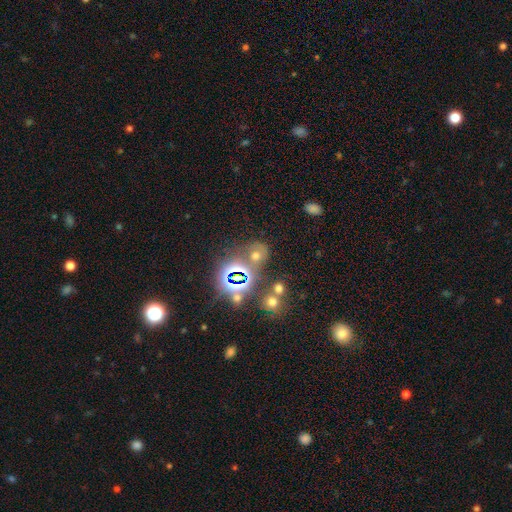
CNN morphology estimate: smooth_or_featured: smooth (p=0.46) [alt: star or artifact p=0.40]
merging: none (p=0.56) [alt: merger p=0.20]